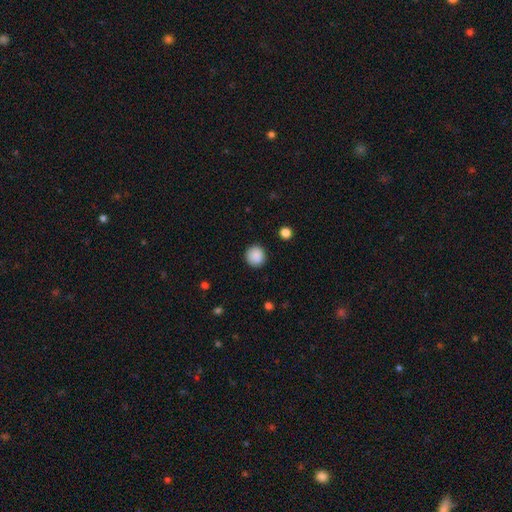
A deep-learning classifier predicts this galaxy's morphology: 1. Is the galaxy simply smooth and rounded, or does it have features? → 89% smooth, 9% star or artifact, 3% featured or disk.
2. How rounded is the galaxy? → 94% round, 5% in between, 1% cigar-shaped.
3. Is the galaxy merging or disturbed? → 91% none, 6% minor disturbance, 2% major disturbance, 1% merger.